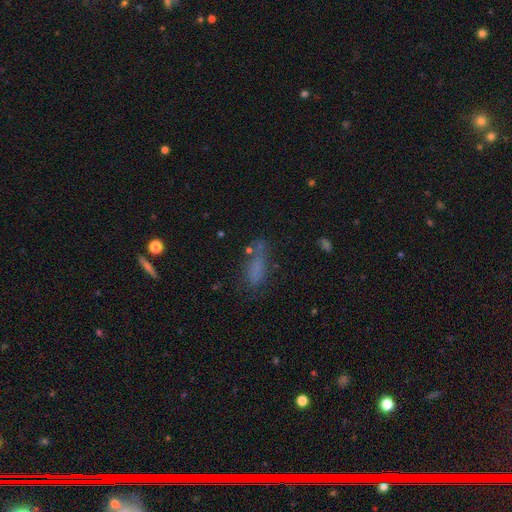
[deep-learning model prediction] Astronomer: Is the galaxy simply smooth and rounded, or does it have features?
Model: smooth — 66%.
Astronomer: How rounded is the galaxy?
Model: in between — 56% (runner-up: cigar-shaped, 40%).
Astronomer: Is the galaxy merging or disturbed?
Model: none — 52%.